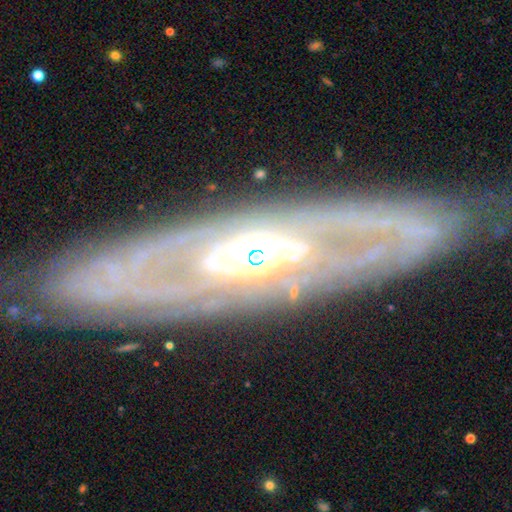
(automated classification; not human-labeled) Q: Smooth or featured?
A: featured or disk (81%); runner-up: smooth (11%)
Q: Edge-on disk?
A: no (68%); runner-up: yes (32%)
Q: Bar?
A: no (61%); runner-up: weak (22%)
Q: Spiral arms?
A: yes (55%); runner-up: no (45%)
Q: Bulge size?
A: moderate (61%); runner-up: large (17%)
Q: Merging?
A: none (75%); runner-up: minor disturbance (14%)